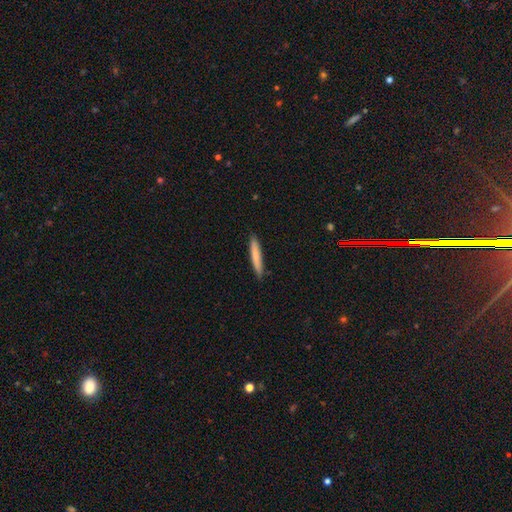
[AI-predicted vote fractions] Smooth or featured? smooth (76%)
How rounded? cigar-shaped (94%)
Merging? none (89%)